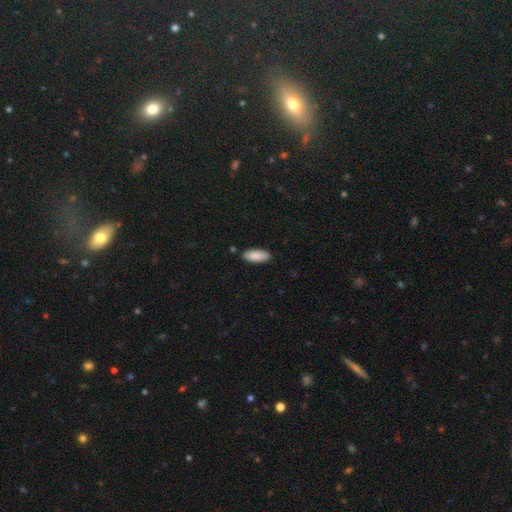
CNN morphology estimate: Smooth or featured?
  - smooth: 89% *
  - star or artifact: 6%
  - featured or disk: 5%
How rounded?
  - in between: 81% *
  - cigar-shaped: 17%
  - round: 2%
Merging?
  - none: 86% *
  - minor disturbance: 10%
  - major disturbance: 2%
  - merger: 2%